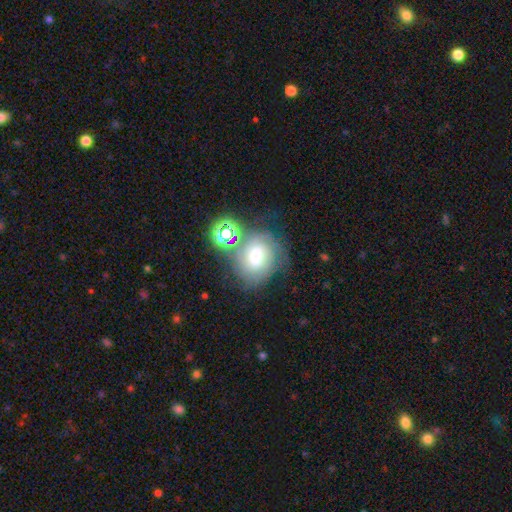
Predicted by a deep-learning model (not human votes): The model was most divided on "bar": weak: 44%, no: 42%, strong: 14%. More confident: edge-on disk — no (96%); spiral arms — yes (87%); bulge size — moderate (58%); smooth or featured — featured or disk (57%); merging — none (56%).